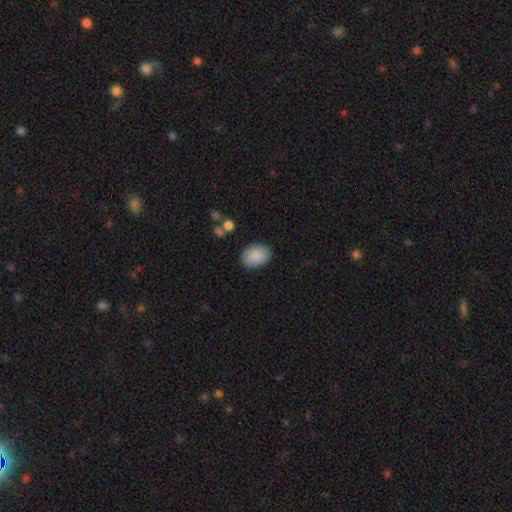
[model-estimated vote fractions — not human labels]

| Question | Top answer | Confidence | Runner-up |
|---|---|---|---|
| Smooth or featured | smooth | 89% | star or artifact (7%) |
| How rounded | in between | 80% | round (19%) |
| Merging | none | 83% | minor disturbance (12%) |